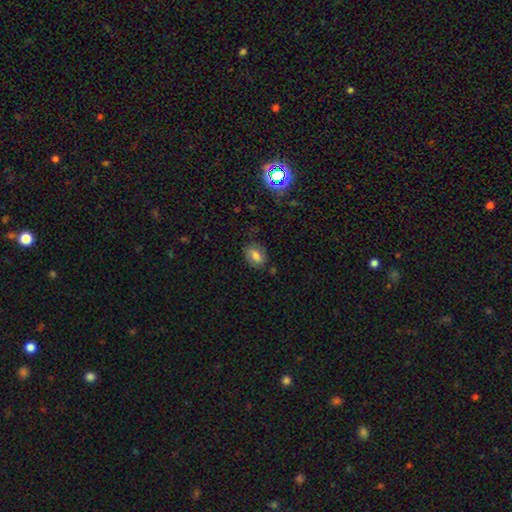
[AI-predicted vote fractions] Smooth or featured? smooth (52%)
How rounded? in between (73%)
Merging? none (69%)